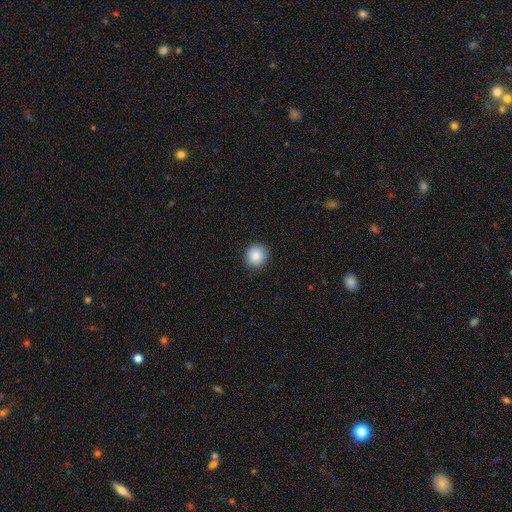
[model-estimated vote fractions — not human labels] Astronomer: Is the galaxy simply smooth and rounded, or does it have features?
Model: smooth — 87%.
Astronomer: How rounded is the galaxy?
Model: round — 85%.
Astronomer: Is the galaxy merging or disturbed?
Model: none — 89%.